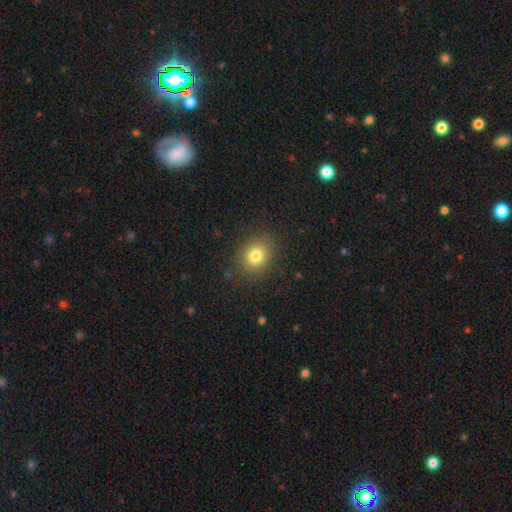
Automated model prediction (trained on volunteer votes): This is likely a smooth galaxy (79%). How rounded: possibly round (60%). Merging: clearly none (84%).